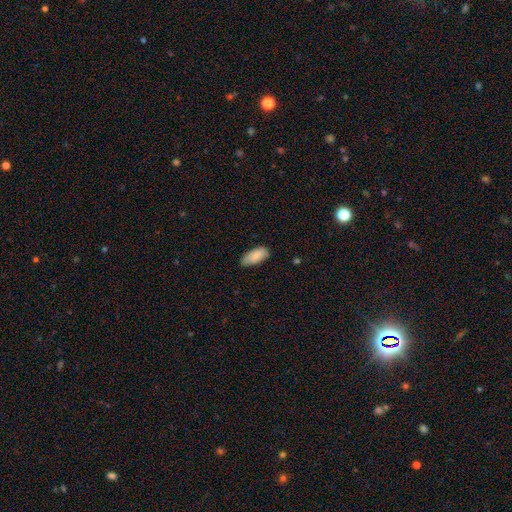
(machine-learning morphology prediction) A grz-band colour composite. It shows a smooth galaxy with no disk features (88%) that is in between round and cigar-shaped (87%). Merging: none (74%).